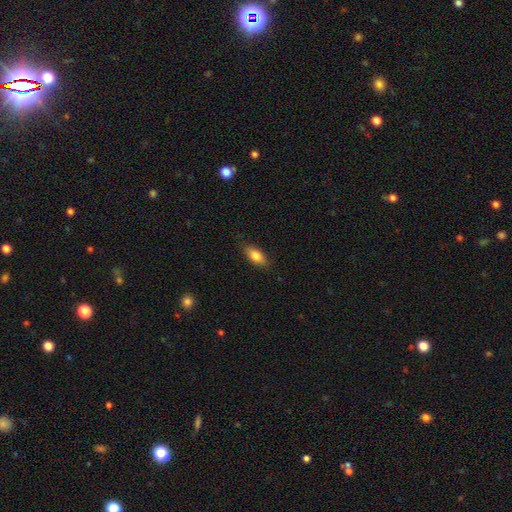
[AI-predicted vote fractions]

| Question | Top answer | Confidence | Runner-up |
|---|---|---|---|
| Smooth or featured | smooth | 81% | featured or disk (12%) |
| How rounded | in between | 83% | cigar-shaped (13%) |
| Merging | none | 82% | minor disturbance (14%) |